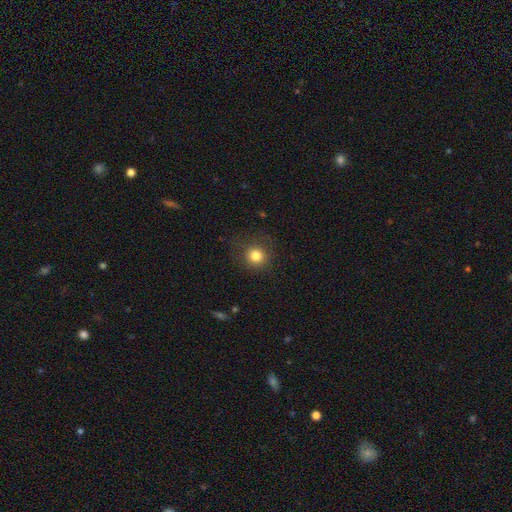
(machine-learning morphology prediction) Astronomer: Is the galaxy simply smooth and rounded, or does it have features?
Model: smooth — 81%.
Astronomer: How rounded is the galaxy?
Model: round — 91%.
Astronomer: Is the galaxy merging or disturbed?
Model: none — 83%.